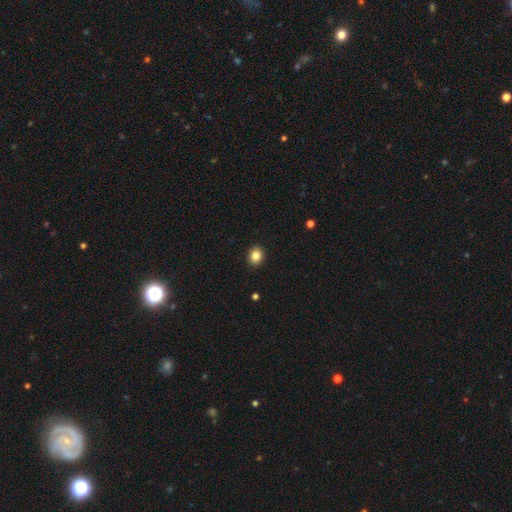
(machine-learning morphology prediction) type=smooth (85%); roundness=round (62%); merging=none (92%).